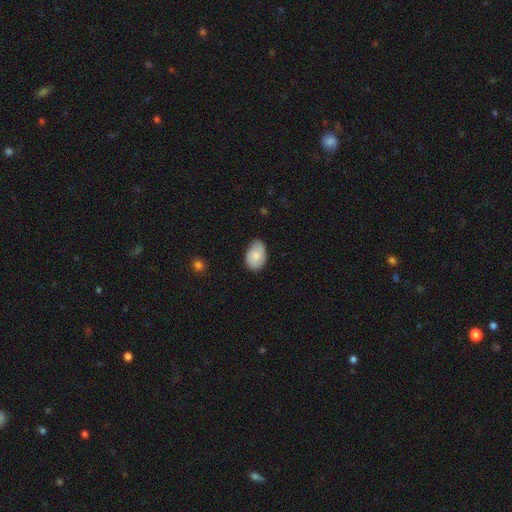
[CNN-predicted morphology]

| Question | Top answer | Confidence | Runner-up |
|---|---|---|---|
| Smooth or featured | smooth | 77% | featured or disk (16%) |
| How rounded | in between | 85% | round (13%) |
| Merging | none | 66% | minor disturbance (28%) |